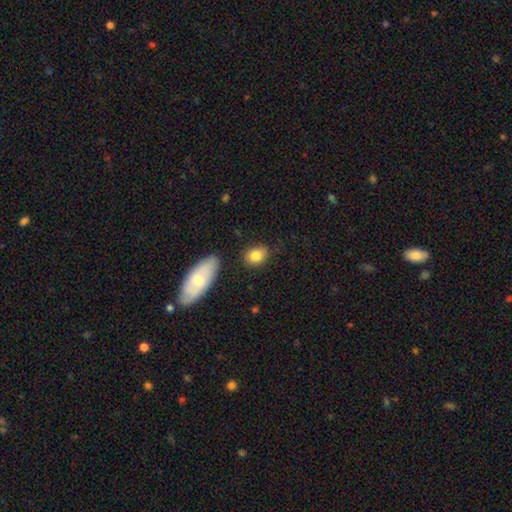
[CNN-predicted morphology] type=smooth (83%); roundness=in between (65%); merging=none (82%).